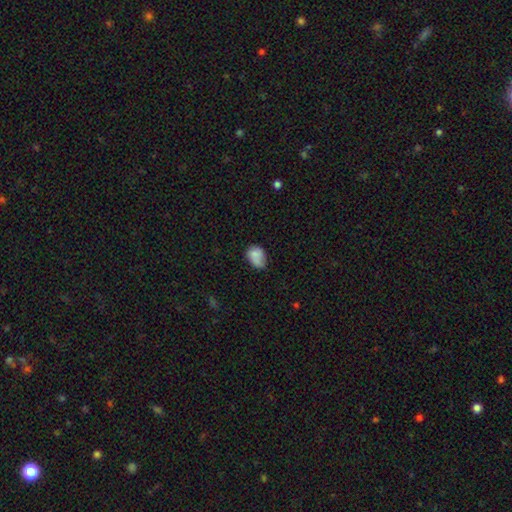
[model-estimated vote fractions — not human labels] Morphology: type=smooth (80%); roundness=in between (70%); merging=none (45%).